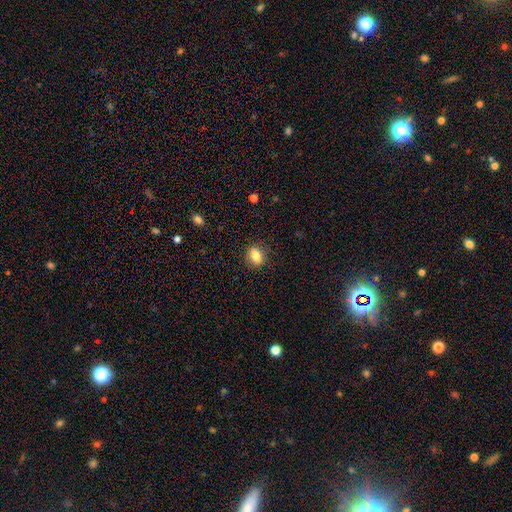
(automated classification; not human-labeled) smooth_or_featured: smooth (p=0.83) [alt: star or artifact p=0.09]
how_rounded: in between (p=0.61) [alt: round p=0.37]
merging: none (p=0.86) [alt: minor disturbance p=0.10]